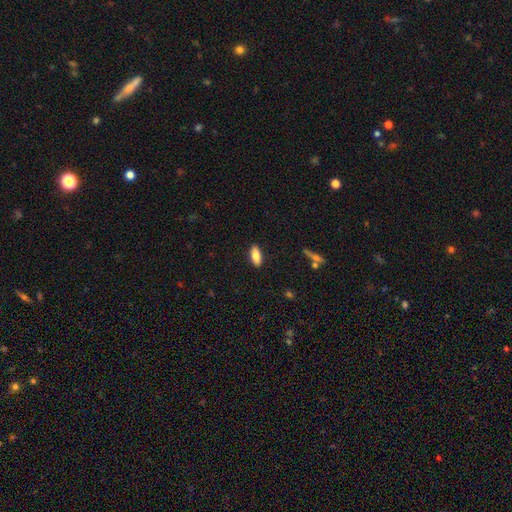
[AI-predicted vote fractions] Smooth or featured: smooth — 76% (featured or disk — 17%)
How rounded: in between — 81% (cigar-shaped — 16%)
Merging: none — 89% (minor disturbance — 8%)